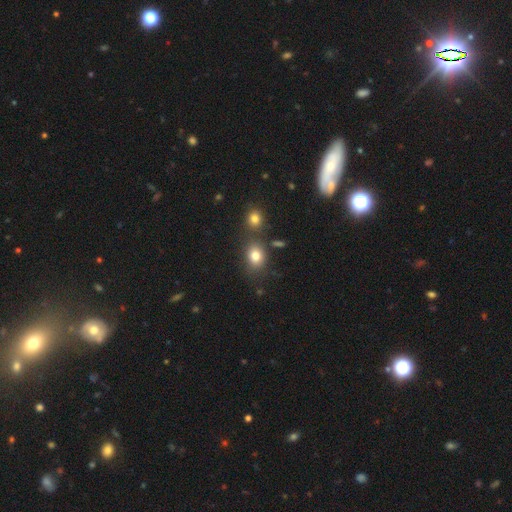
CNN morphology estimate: A smooth galaxy with no disk features (80%) that is in between round and cigar-shaped (51%).

Vote fractions:
- Smooth or featured? smooth: 80% / star or artifact: 12% / featured or disk: 8%
- How rounded? in between: 51% / round: 48% / cigar-shaped: 1%
- Merging? none: 68% / merger: 15% / minor disturbance: 13% / major disturbance: 4%